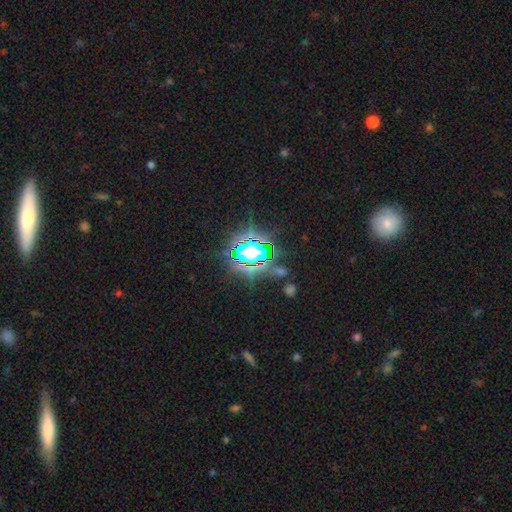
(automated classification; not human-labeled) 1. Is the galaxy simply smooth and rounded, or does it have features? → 81% star or artifact, 11% smooth, 8% featured or disk.